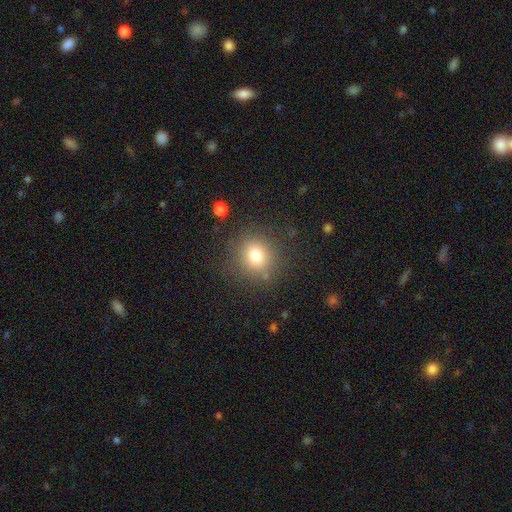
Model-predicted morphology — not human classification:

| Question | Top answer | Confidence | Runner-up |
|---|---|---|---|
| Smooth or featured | smooth | 77% | star or artifact (13%) |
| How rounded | round | 86% | in between (13%) |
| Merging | none | 83% | minor disturbance (10%) |